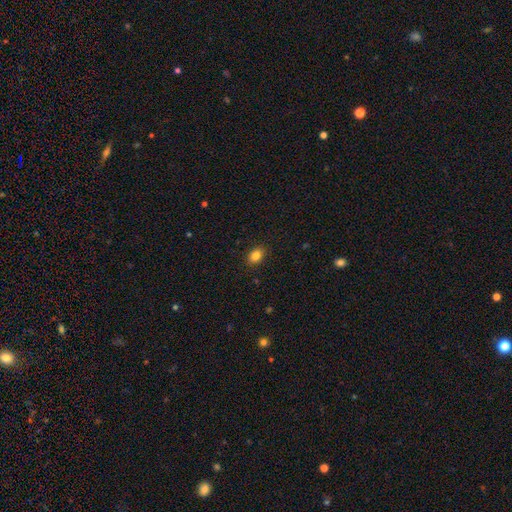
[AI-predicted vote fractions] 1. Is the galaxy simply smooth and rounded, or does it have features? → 84% smooth, 10% star or artifact, 6% featured or disk.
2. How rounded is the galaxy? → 72% in between, 27% round, 1% cigar-shaped.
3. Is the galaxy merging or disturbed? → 88% none, 8% minor disturbance, 2% major disturbance, 1% merger.